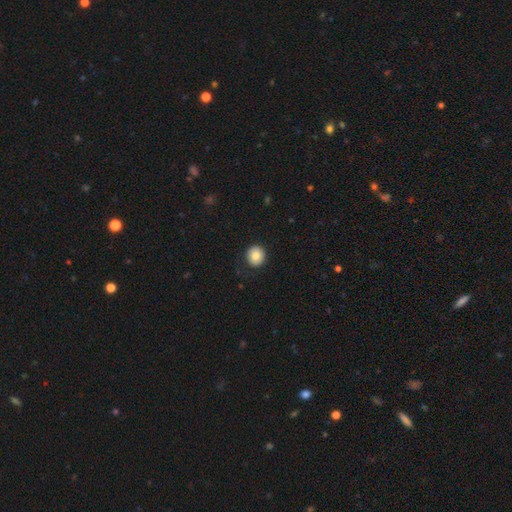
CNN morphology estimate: The model was most divided on "smooth or featured": smooth: 80%, featured or disk: 11%, star or artifact: 9%. More confident: how rounded — round (89%); merging — none (86%).